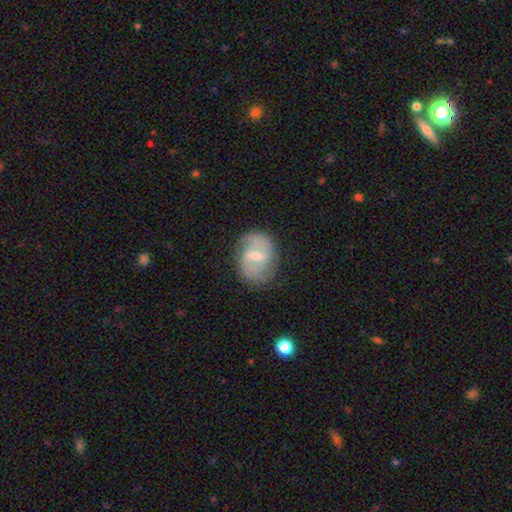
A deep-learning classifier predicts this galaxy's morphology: A featured or disk galaxy (71%) with a weak bar (58%), 2 (78%) medium (46%) spiral arms (85%) and a moderate central bulge (50%). Merging: none (71%).